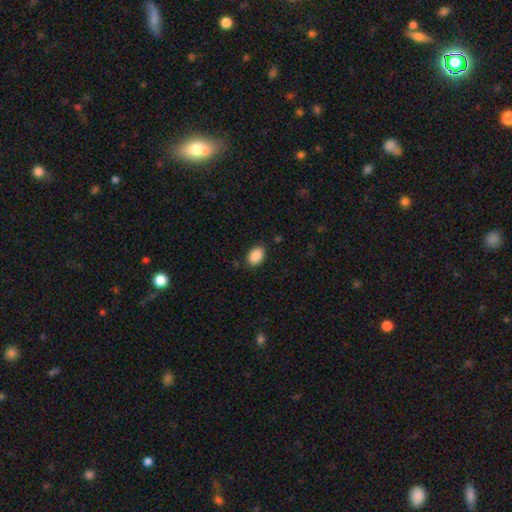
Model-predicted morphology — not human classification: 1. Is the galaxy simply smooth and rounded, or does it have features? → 90% smooth, 7% star or artifact, 3% featured or disk.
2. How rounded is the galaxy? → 85% in between, 14% round, 1% cigar-shaped.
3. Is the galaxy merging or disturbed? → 86% none, 11% minor disturbance, 2% major disturbance, 1% merger.